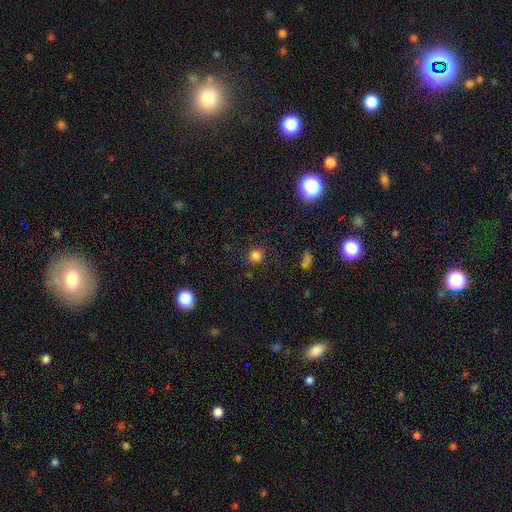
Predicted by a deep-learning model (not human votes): smooth-or-featured: smooth: 79% | star or artifact: 17% | featured or disk: 4%
  how-rounded: round: 93% | in between: 6% | cigar-shaped: 1%
  merging: none: 86% | minor disturbance: 9% | major disturbance: 3% | merger: 2%